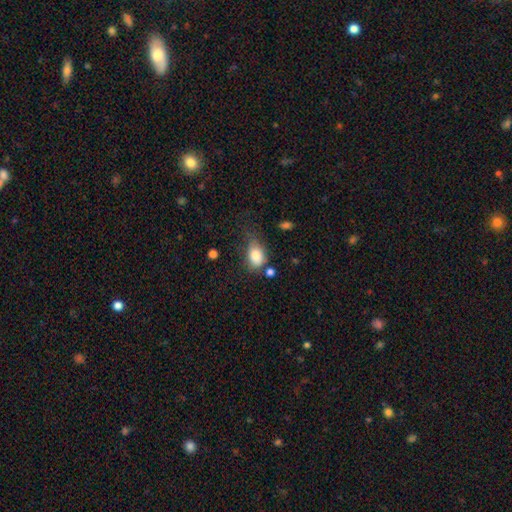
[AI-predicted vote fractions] smooth 82%, featured or disk 10%, star or artifact 9%. Down the decision tree: how rounded — in between (79%); merging — none (37%).